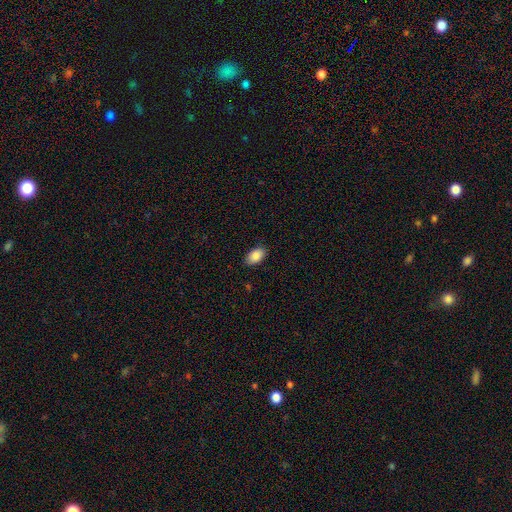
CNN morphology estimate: Overall: smooth (88%). How rounded: in between (92%). Merging: none (86%).